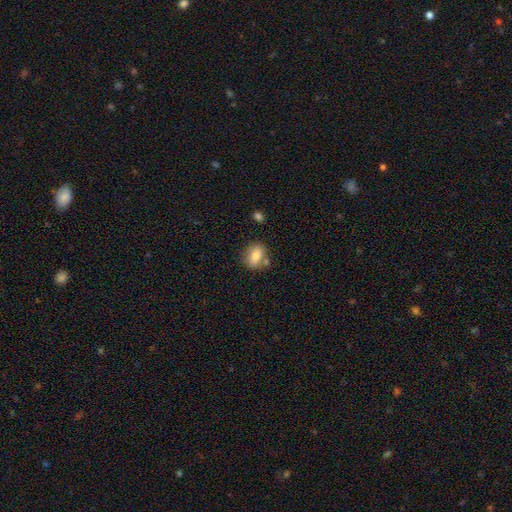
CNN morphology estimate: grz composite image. It shows a smooth galaxy with no disk features (79%) that is in between round and cigar-shaped (67%). Merging: none (69%).